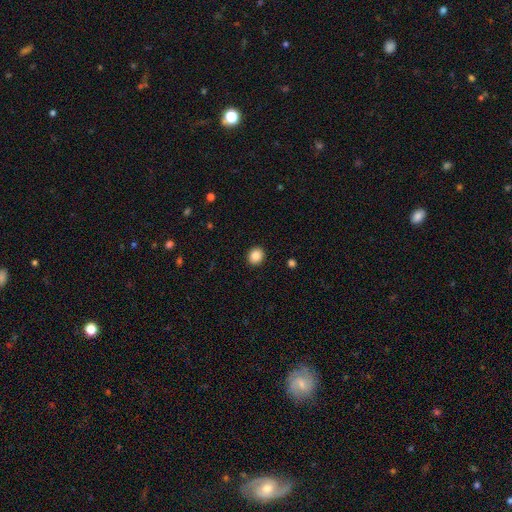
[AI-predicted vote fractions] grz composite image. It shows a smooth galaxy with no disk features (88%) that is round (75%). Merging: none (92%).